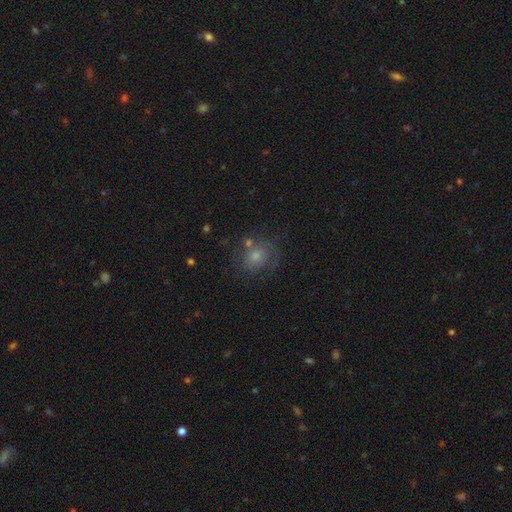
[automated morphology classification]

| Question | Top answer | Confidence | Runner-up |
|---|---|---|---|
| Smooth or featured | smooth | 48% | featured or disk (28%) |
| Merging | none | 67% | minor disturbance (17%) |